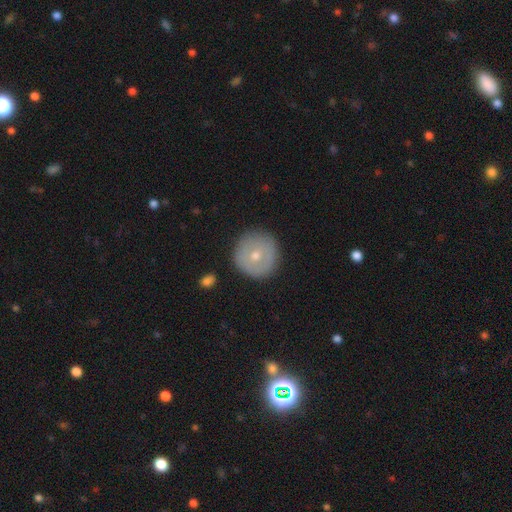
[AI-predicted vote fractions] The model was most divided on "smooth or featured": smooth: 61%, featured or disk: 31%, star or artifact: 8%. More confident: how rounded — round (95%); merging — none (88%).